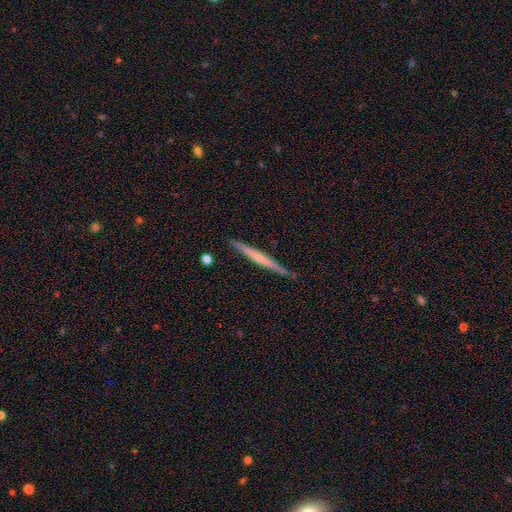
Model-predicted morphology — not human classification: The model was most divided on "smooth or featured": featured or disk: 55%, smooth: 40%, star or artifact: 6%. More confident: edge-on disk — yes (97%); merging — none (89%); edge-on bulge — none (64%).